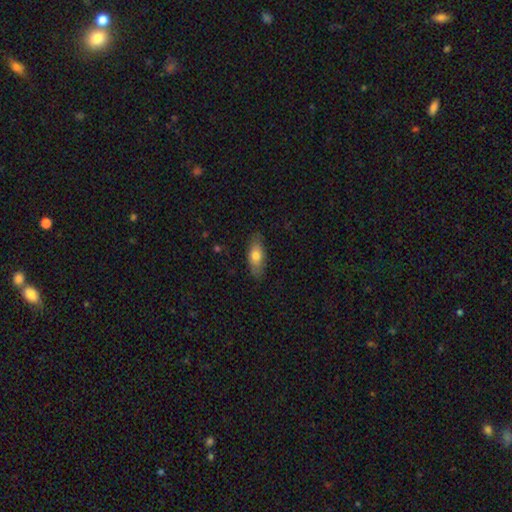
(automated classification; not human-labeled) A smooth galaxy with no disk features (72%) that is in between round and cigar-shaped (81%).

Vote fractions:
- Smooth or featured? smooth: 72% / featured or disk: 22% / star or artifact: 6%
- How rounded? in between: 81% / cigar-shaped: 16% / round: 3%
- Merging? none: 81% / minor disturbance: 15% / major disturbance: 3% / merger: 1%